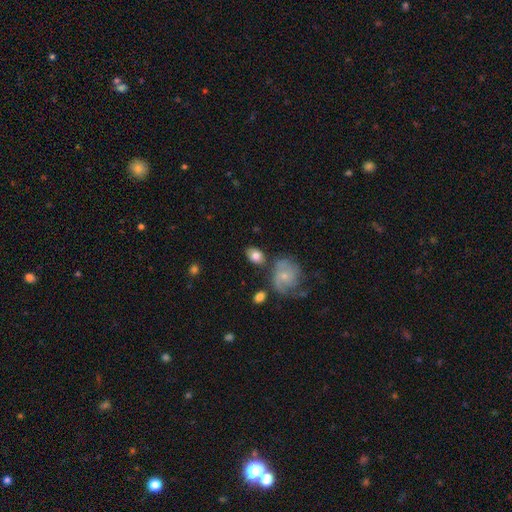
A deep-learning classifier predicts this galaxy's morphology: Overall: smooth (72%). How rounded: in between (79%). Merging: none (71%).